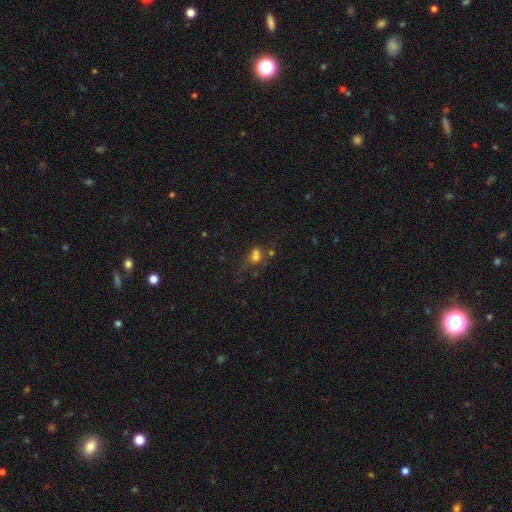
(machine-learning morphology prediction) Smooth or featured: smooth — 60% (star or artifact — 22%)
How rounded: in between — 50% (round — 47%)
Merging: merger — 39% (none — 33%)